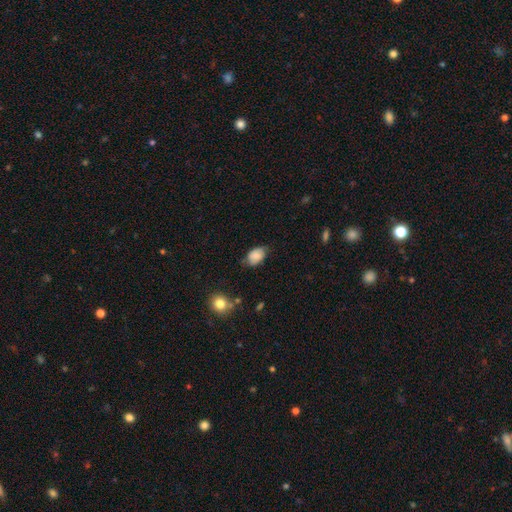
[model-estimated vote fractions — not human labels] smooth-or-featured: smooth: 77% | featured or disk: 14% | star or artifact: 8%
  how-rounded: in between: 86% | round: 12% | cigar-shaped: 1%
  merging: none: 65% | minor disturbance: 28% | major disturbance: 6% | merger: 2%